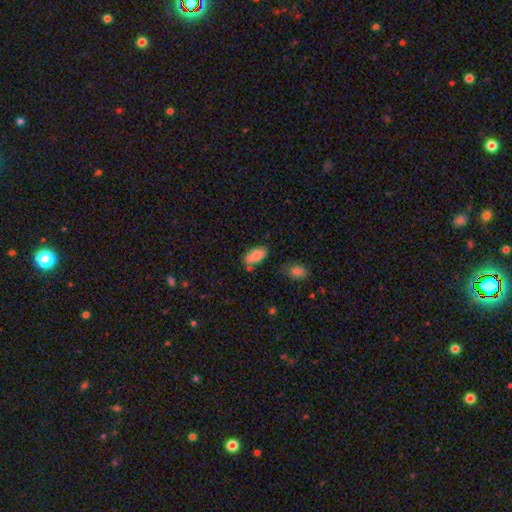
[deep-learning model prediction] smooth 81%, featured or disk 11%, star or artifact 8%. Down the decision tree: how rounded — in between (94%); merging — none (63%).